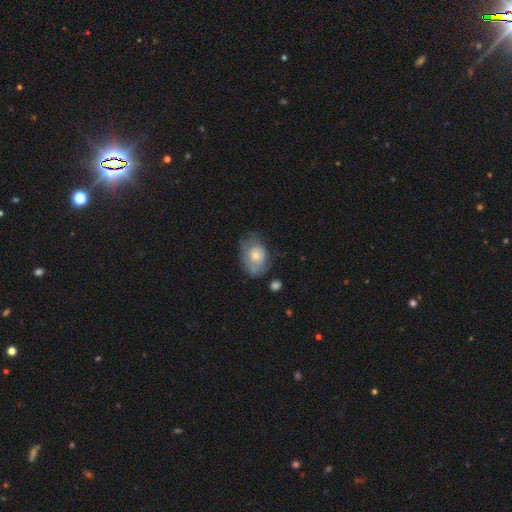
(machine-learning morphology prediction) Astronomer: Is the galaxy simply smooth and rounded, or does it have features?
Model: smooth — 58% (runner-up: featured or disk, 35%).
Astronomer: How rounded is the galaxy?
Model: in between — 73%.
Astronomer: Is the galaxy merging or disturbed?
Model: none — 49% (runner-up: minor disturbance, 32%).